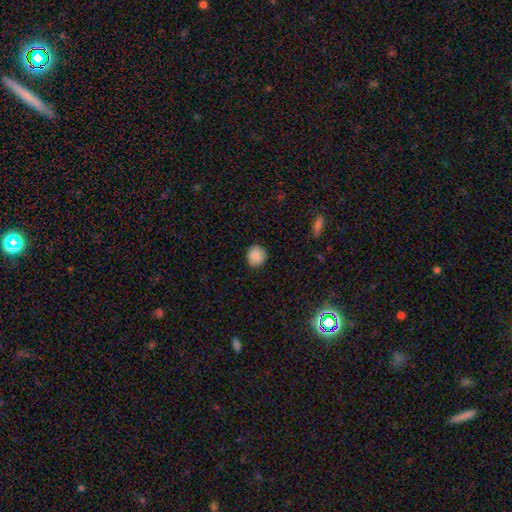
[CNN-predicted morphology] smooth-or-featured: smooth: 87% | star or artifact: 8% | featured or disk: 4%
  how-rounded: round: 87% | in between: 12% | cigar-shaped: 1%
  merging: none: 87% | minor disturbance: 10% | major disturbance: 2% | merger: 1%